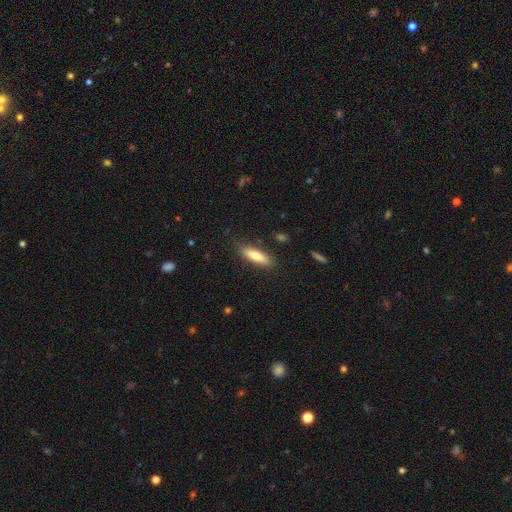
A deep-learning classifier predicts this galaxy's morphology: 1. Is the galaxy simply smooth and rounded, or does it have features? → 75% smooth, 19% featured or disk, 6% star or artifact.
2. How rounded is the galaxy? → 57% cigar-shaped, 41% in between, 2% round.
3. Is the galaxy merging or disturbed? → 85% none, 11% minor disturbance, 3% major disturbance, 2% merger.